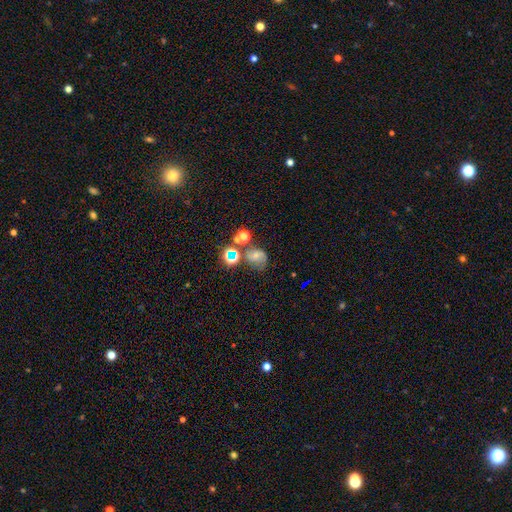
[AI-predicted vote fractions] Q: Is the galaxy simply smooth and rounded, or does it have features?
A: smooth — 42%.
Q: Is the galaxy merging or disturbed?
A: none — 42%.